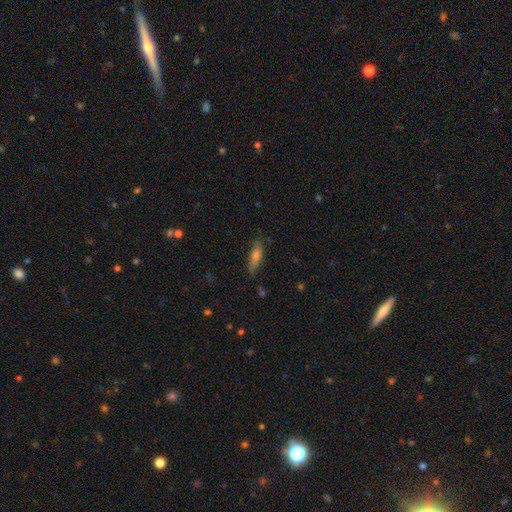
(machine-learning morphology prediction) smooth-or-featured: smooth: 58% | featured or disk: 31% | star or artifact: 11%
  how-rounded: cigar-shaped: 61% | in between: 36% | round: 3%
  merging: none: 74% | minor disturbance: 19% | major disturbance: 5% | merger: 2%